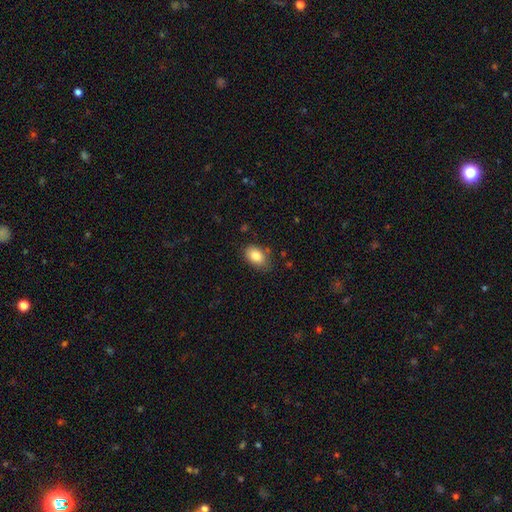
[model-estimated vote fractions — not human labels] Morphology: type=smooth (84%); roundness=in between (87%); merging=none (79%).